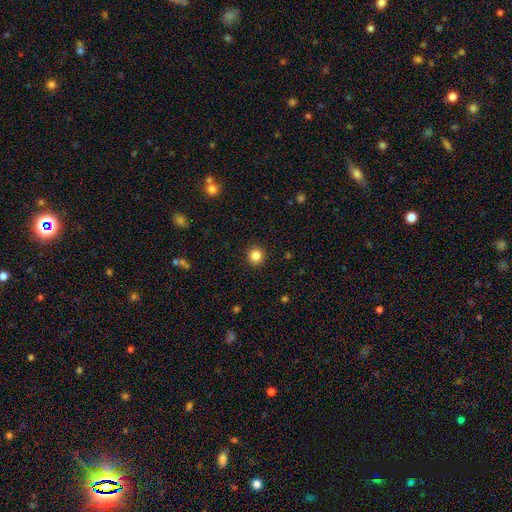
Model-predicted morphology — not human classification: smooth-or-featured: smooth: 84% | star or artifact: 11% | featured or disk: 4%
  how-rounded: round: 93% | in between: 6% | cigar-shaped: 1%
  merging: none: 92% | minor disturbance: 5% | major disturbance: 2% | merger: 1%